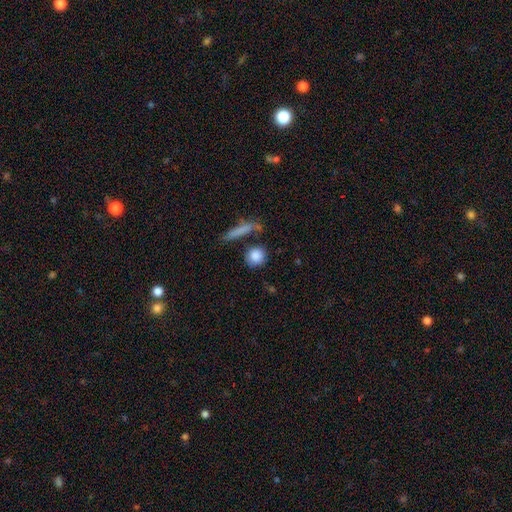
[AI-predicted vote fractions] Smooth or featured?
  - smooth: 85% *
  - star or artifact: 8%
  - featured or disk: 8%
How rounded?
  - round: 84% *
  - in between: 11%
  - cigar-shaped: 5%
Merging?
  - none: 73% *
  - minor disturbance: 12%
  - merger: 10%
  - major disturbance: 5%